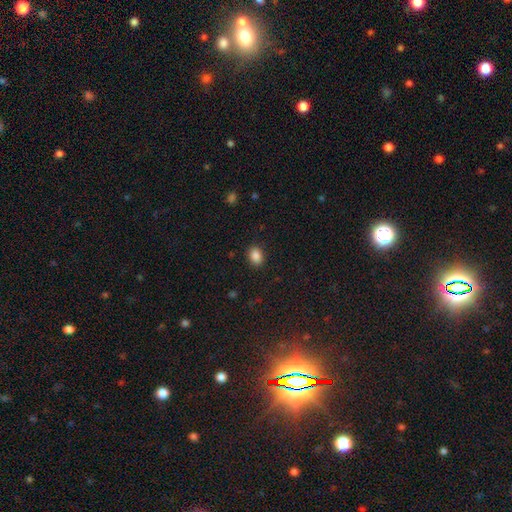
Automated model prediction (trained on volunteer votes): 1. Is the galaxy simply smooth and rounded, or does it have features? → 87% smooth, 9% star or artifact, 3% featured or disk.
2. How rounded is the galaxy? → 63% in between, 36% round, 1% cigar-shaped.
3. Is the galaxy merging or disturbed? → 88% none, 9% minor disturbance, 2% major disturbance, 1% merger.